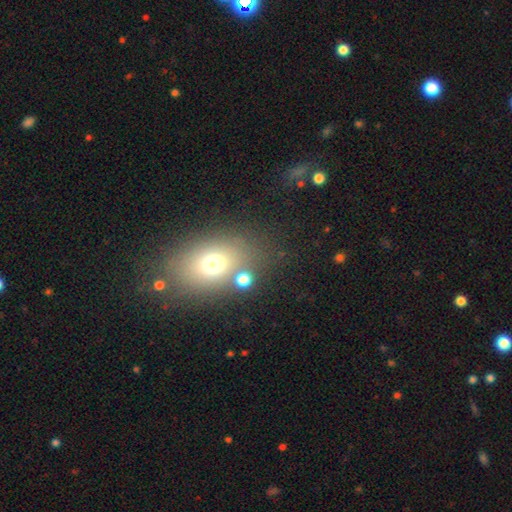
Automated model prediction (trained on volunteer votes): Smooth or featured?
  - smooth: 66% *
  - star or artifact: 18%
  - featured or disk: 16%
How rounded?
  - in between: 72% *
  - round: 25%
  - cigar-shaped: 3%
Merging?
  - none: 75% *
  - minor disturbance: 11%
  - merger: 9%
  - major disturbance: 5%